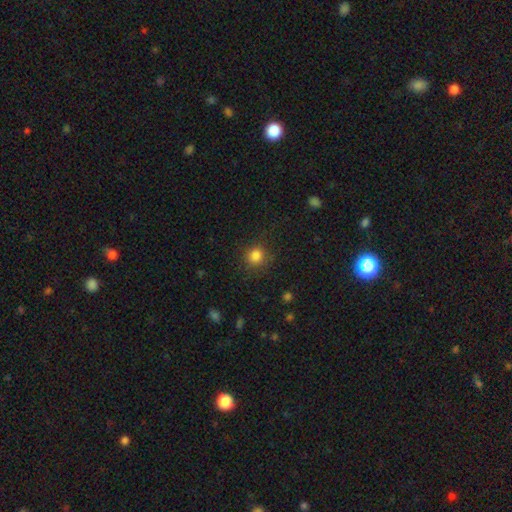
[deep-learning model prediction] smooth_or_featured: smooth (p=0.83) [alt: star or artifact p=0.12]
how_rounded: round (p=0.89) [alt: in between p=0.10]
merging: none (p=0.85) [alt: minor disturbance p=0.10]